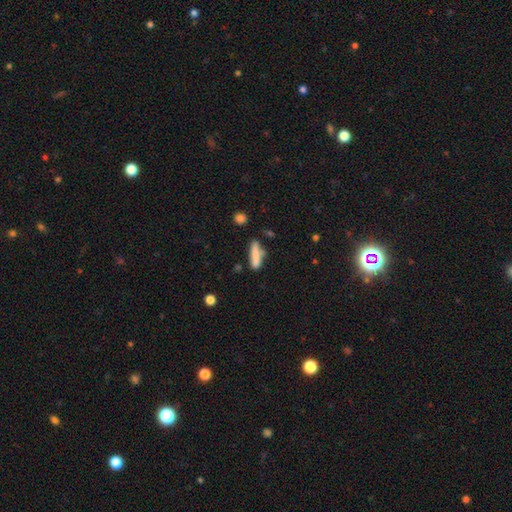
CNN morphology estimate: smooth-or-featured: smooth: 76% | featured or disk: 16% | star or artifact: 7%
  how-rounded: cigar-shaped: 73% | in between: 25% | round: 2%
  merging: none: 63% | minor disturbance: 22% | merger: 9% | major disturbance: 7%